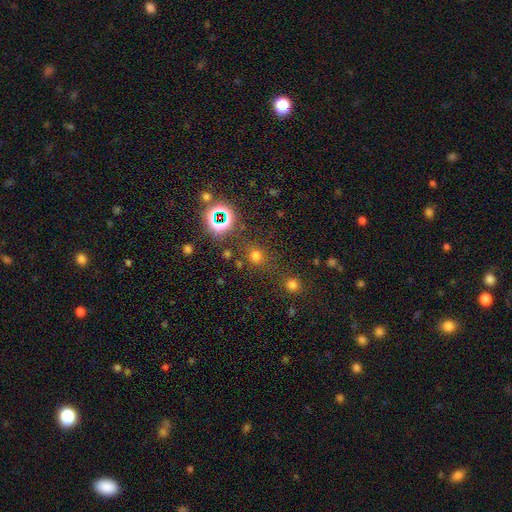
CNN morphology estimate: Smooth or featured?
  - smooth: 64% *
  - star or artifact: 29%
  - featured or disk: 7%
How rounded?
  - round: 87% *
  - in between: 12%
  - cigar-shaped: 1%
Merging?
  - none: 79% *
  - minor disturbance: 10%
  - merger: 6%
  - major disturbance: 5%